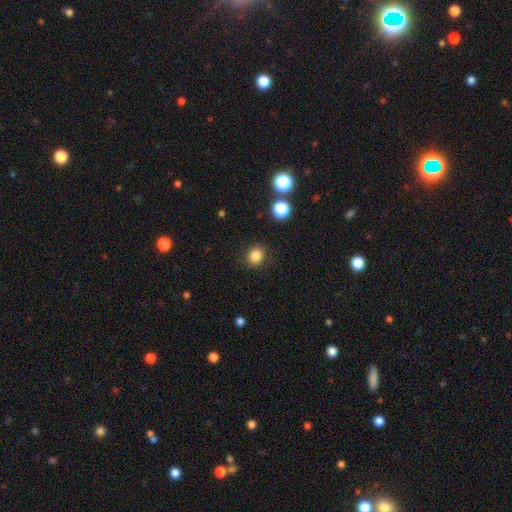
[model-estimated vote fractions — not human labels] Smooth or featured? Predicted: smooth (p=0.84). How rounded? Predicted: round (p=0.81). Merging? Predicted: none (p=0.88).